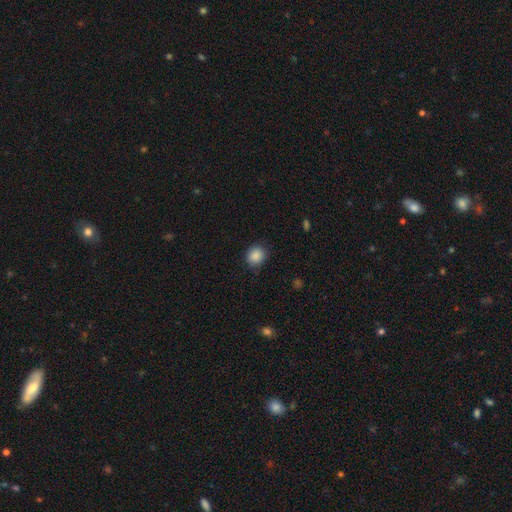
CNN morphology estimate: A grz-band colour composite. It shows a smooth galaxy with no disk features (88%) that is round (78%). Merging: none (85%).